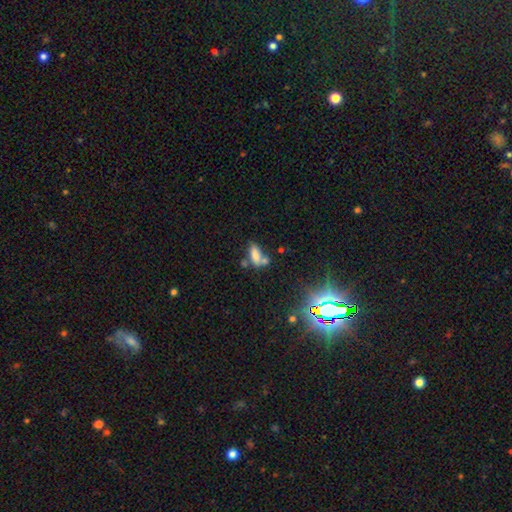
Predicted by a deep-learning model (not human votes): This appears to be a smooth galaxy with no disk features (72%) that is in between round and cigar-shaped (79%). Merging: merger (37%).